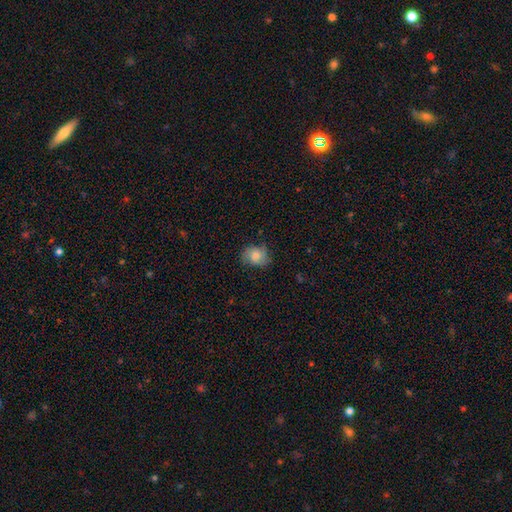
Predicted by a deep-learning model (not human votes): Smooth or featured: smooth — 70% (featured or disk — 22%)
How rounded: round — 55% (in between — 44%)
Merging: none — 69% (minor disturbance — 23%)